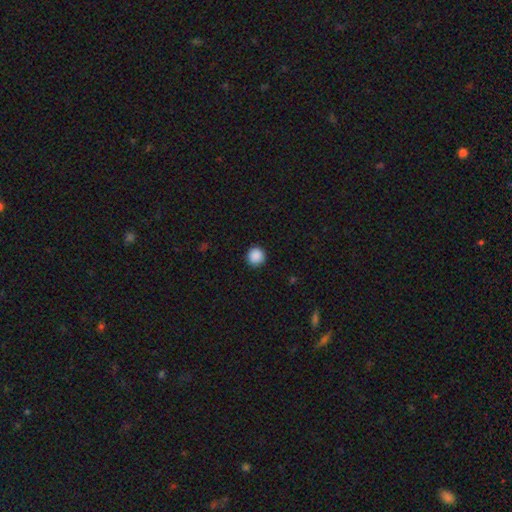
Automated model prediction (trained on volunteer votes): This is clearly a smooth galaxy (89%). How rounded: clearly round (94%). Merging: clearly none (92%).